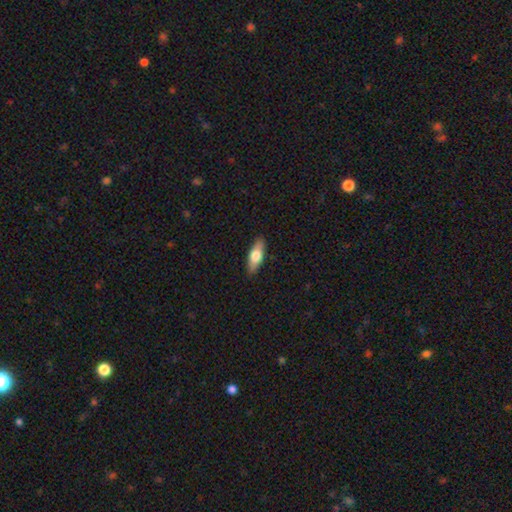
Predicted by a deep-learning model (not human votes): Morphology: type=smooth (66%); roundness=in between (63%); merging=none (89%).